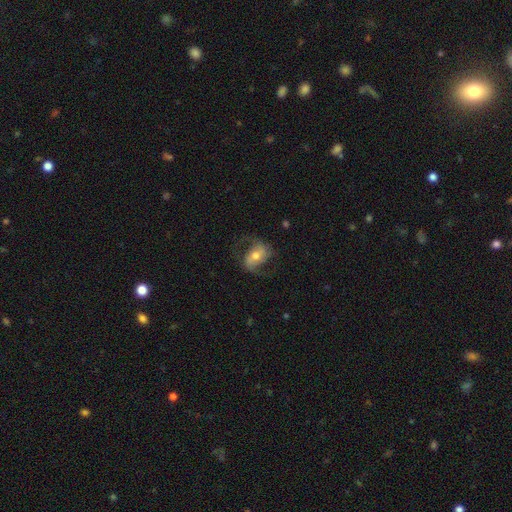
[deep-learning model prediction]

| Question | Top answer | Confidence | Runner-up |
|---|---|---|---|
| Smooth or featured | featured or disk | 68% | smooth (25%) |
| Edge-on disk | no | 96% | yes (4%) |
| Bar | no | 39% | weak (37%) |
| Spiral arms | yes | 90% | no (10%) |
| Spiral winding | loose | 50% | medium (40%) |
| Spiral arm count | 2 | 88% | can't tell (5%) |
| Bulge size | moderate | 66% | small (21%) |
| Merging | none | 64% | minor disturbance (19%) |